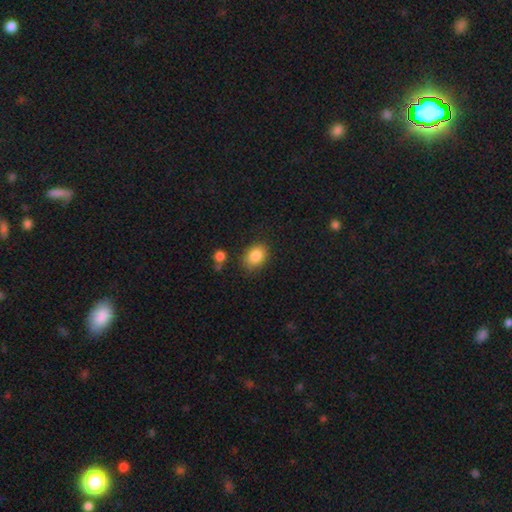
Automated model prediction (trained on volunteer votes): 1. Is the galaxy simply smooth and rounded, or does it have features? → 85% smooth, 9% star or artifact, 6% featured or disk.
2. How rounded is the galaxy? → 65% in between, 34% round, 1% cigar-shaped.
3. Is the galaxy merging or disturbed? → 79% none, 14% minor disturbance, 3% major disturbance, 3% merger.